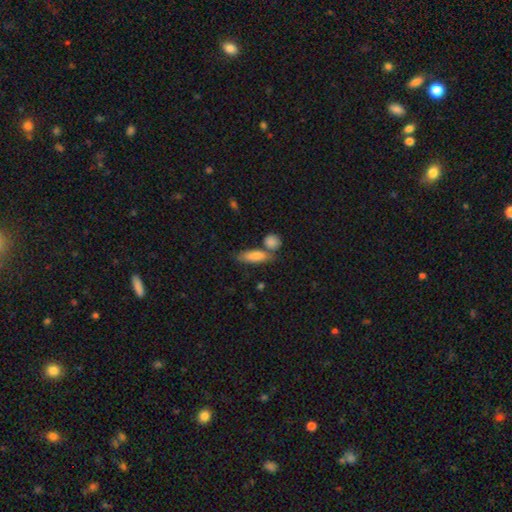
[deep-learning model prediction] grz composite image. It shows a smooth galaxy with no disk features (79%) that is in between round and cigar-shaped (50%). Merging: none (55%).